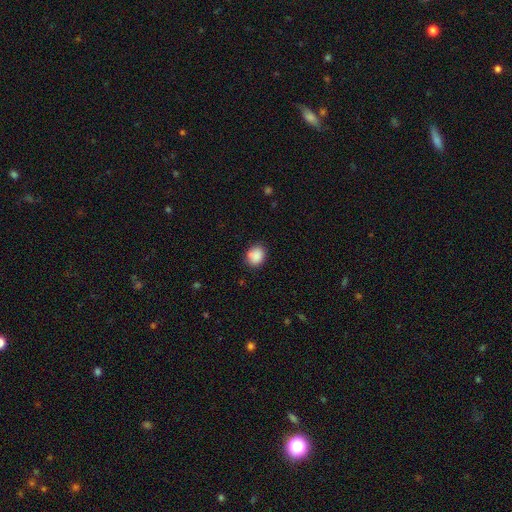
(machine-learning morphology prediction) A smooth galaxy with no disk features (87%) that is round (60%).

Vote fractions:
- Smooth or featured? smooth: 87% / star or artifact: 8% / featured or disk: 5%
- How rounded? round: 60% / in between: 39% / cigar-shaped: 1%
- Merging? none: 76% / minor disturbance: 16% / merger: 4% / major disturbance: 3%